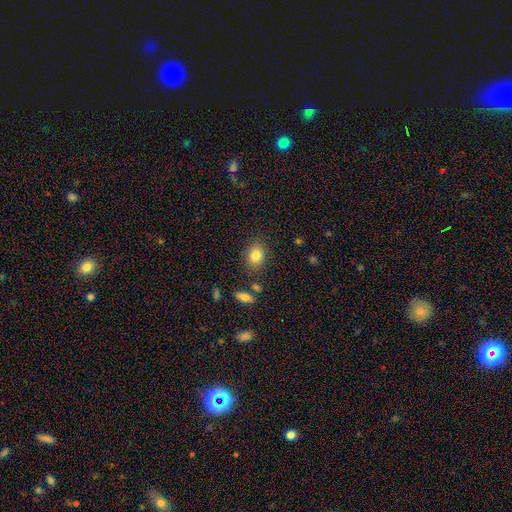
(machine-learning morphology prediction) The model was most divided on "how rounded": in between: 54%, round: 45%, cigar-shaped: 1%. More confident: smooth or featured — smooth (82%); merging — none (82%).